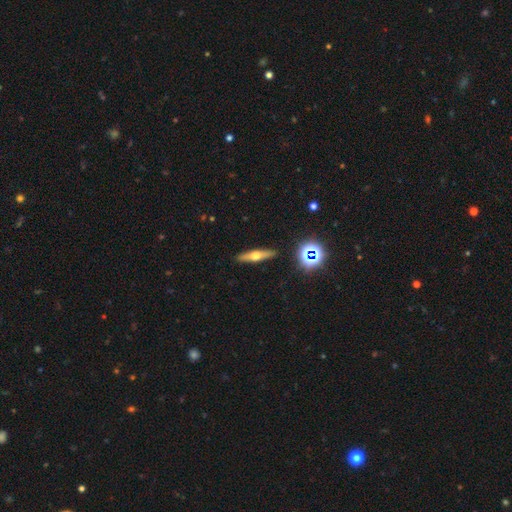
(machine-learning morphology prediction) Smooth or featured: featured or disk — 53% (smooth — 37%)
Edge-on disk: yes — 91% (no — 9%)
Merging: none — 90% (minor disturbance — 7%)